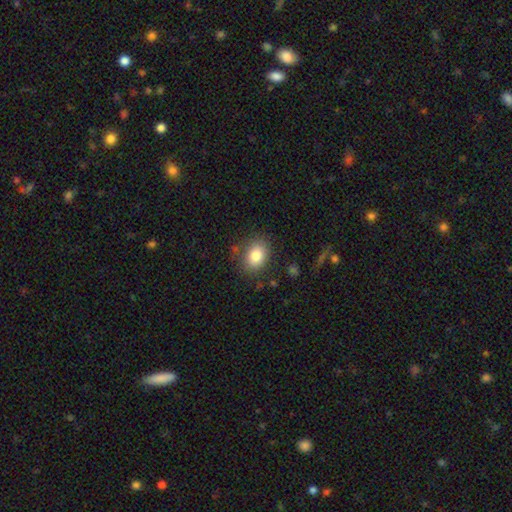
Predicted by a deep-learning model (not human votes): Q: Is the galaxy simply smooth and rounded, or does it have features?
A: smooth — 82%.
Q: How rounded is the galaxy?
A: in between — 67%.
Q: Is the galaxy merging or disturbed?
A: none — 81%.